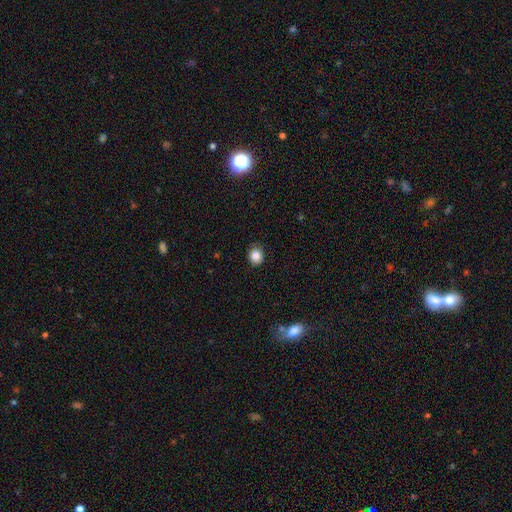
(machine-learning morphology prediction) smooth-or-featured: smooth: 85% | star or artifact: 10% | featured or disk: 5%
  how-rounded: round: 65% | in between: 34% | cigar-shaped: 1%
  merging: none: 87% | minor disturbance: 10% | major disturbance: 2% | merger: 1%